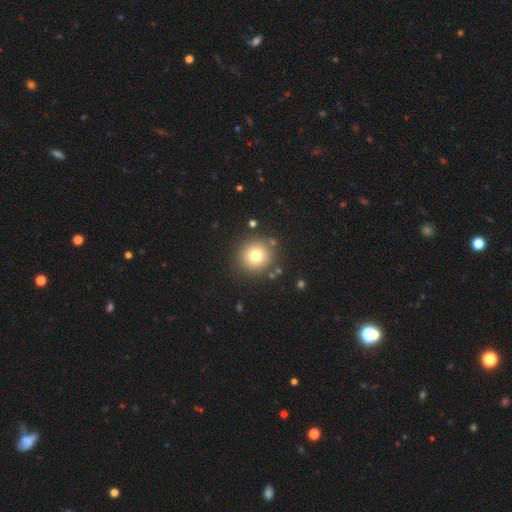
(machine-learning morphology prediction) This is likely a smooth galaxy (77%). How rounded: clearly round (93%). Merging: clearly none (87%).